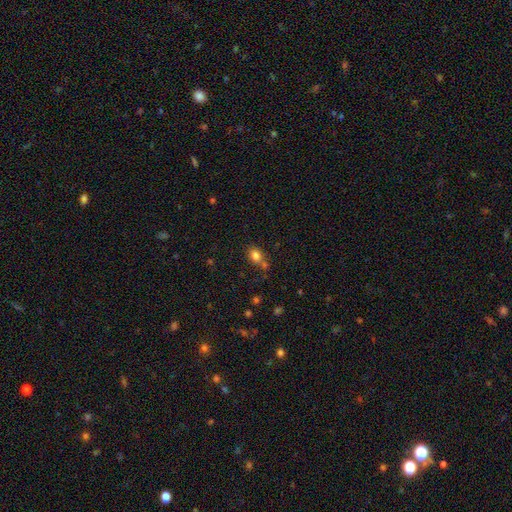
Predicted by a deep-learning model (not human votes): Smooth or featured? Predicted: smooth (p=0.80). How rounded? Predicted: round (p=0.51). Merging? Predicted: none (p=0.57).